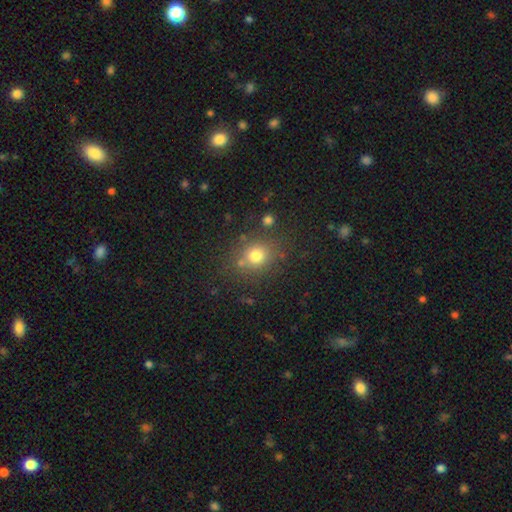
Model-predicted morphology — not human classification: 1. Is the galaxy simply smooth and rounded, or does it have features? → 74% smooth, 16% star or artifact, 9% featured or disk.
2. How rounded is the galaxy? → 75% round, 24% in between, 1% cigar-shaped.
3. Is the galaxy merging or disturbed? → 76% none, 12% minor disturbance, 8% merger, 5% major disturbance.